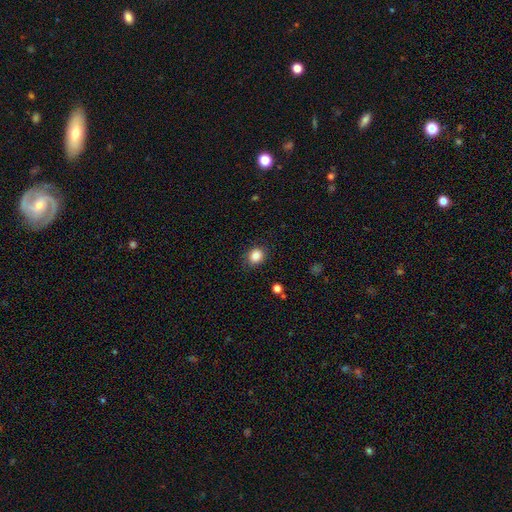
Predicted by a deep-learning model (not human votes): A smooth galaxy with no disk features (85%) that is round (73%).

Vote fractions:
- Smooth or featured? smooth: 85% / star or artifact: 11% / featured or disk: 4%
- How rounded? round: 73% / in between: 26% / cigar-shaped: 1%
- Merging? none: 85% / minor disturbance: 10% / major disturbance: 3% / merger: 1%